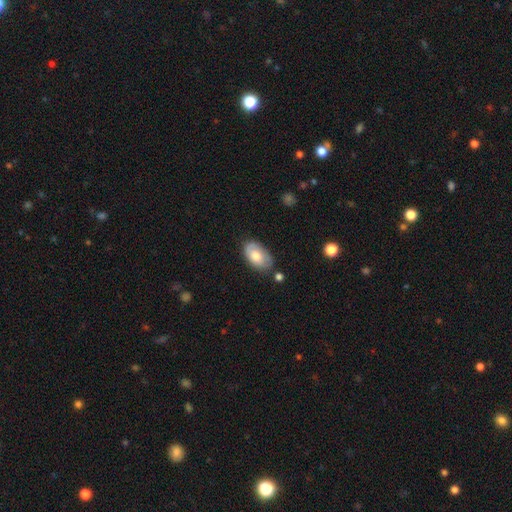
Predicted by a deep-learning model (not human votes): A smooth galaxy with no disk features (69%) that is in between round and cigar-shaped (93%).

Vote fractions:
- Smooth or featured? smooth: 69% / featured or disk: 25% / star or artifact: 6%
- How rounded? in between: 93% / round: 5% / cigar-shaped: 1%
- Merging? none: 68% / minor disturbance: 23% / major disturbance: 5% / merger: 4%